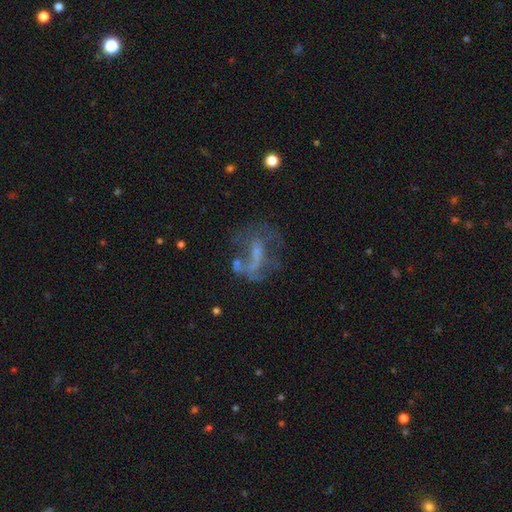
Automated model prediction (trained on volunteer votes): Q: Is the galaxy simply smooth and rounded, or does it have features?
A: featured or disk — 62%.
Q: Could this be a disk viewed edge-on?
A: no — 96%.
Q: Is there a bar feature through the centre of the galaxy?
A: no — 54%.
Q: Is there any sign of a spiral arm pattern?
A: no — 57%.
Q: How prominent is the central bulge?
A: small — 45%.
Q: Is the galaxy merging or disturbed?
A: none — 37%.